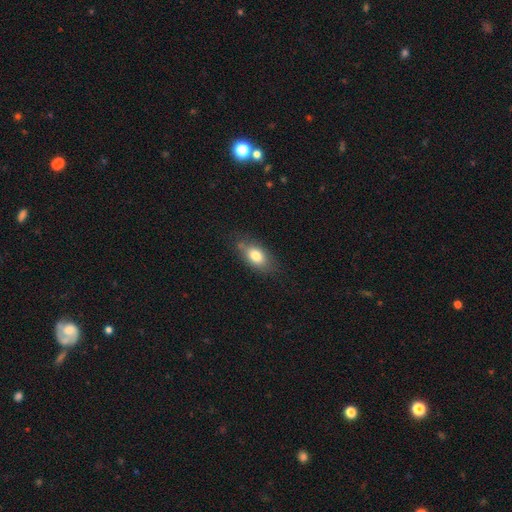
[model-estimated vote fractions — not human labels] Overall: smooth (77%). How rounded: in between (87%). Merging: none (72%).